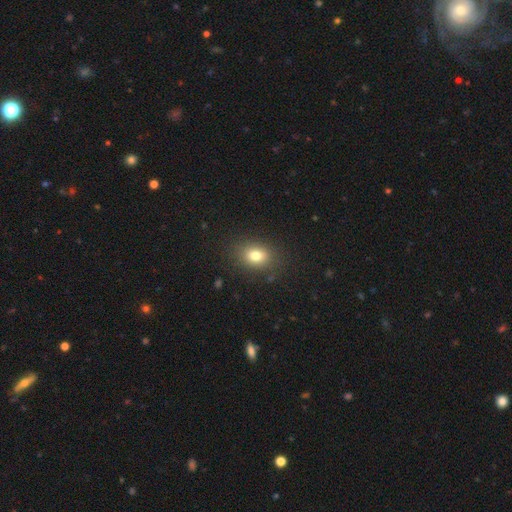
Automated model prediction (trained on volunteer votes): Q: Smooth or featured?
A: smooth (79%); runner-up: star or artifact (12%)
Q: How rounded?
A: in between (59%); runner-up: round (40%)
Q: Merging?
A: none (85%); runner-up: minor disturbance (10%)